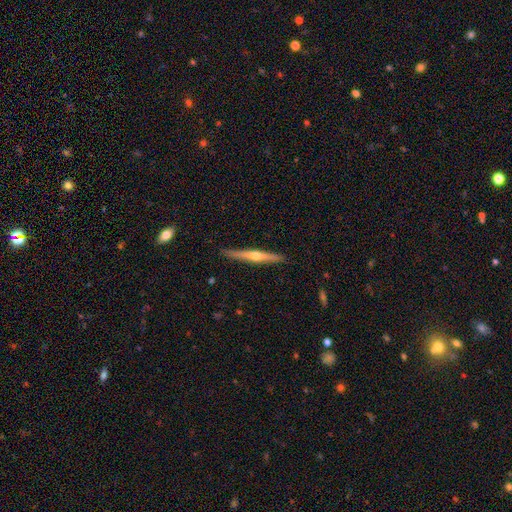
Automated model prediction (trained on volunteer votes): Morphology: type=featured or disk (72%); edge-on=yes (98%); edge-on bulge=rounded (88%); merging=none (89%).